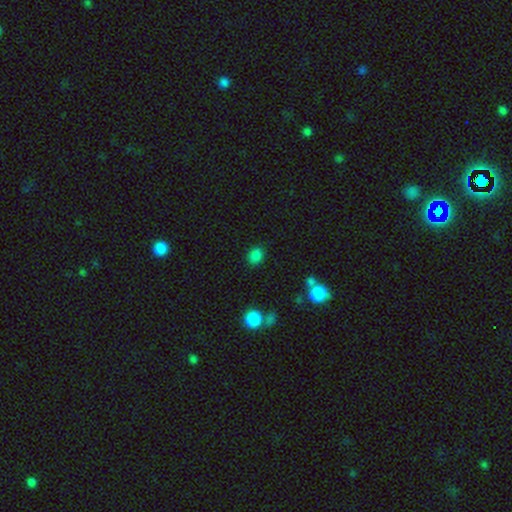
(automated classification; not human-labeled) Smooth or featured? smooth (83%)
How rounded? round (52%)
Merging? none (83%)